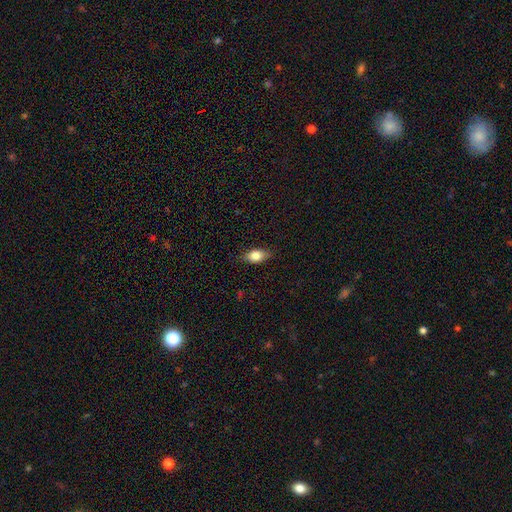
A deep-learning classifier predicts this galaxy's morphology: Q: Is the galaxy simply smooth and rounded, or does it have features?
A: smooth — 78%.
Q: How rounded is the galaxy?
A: in between — 84%.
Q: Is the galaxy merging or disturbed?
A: none — 82%.